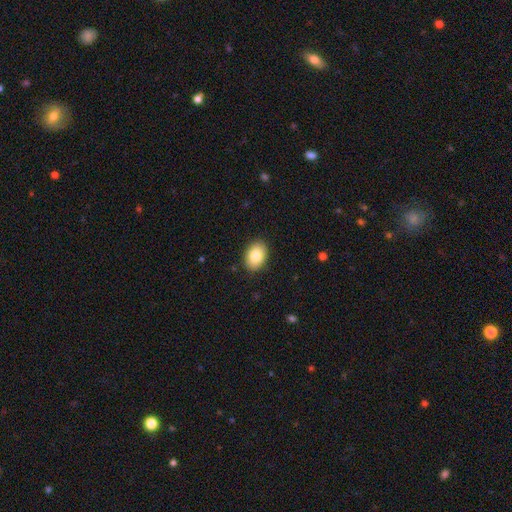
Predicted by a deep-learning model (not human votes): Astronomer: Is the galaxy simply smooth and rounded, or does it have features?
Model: smooth — 82%.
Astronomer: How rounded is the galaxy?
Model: in between — 82%.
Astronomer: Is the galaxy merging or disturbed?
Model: none — 89%.